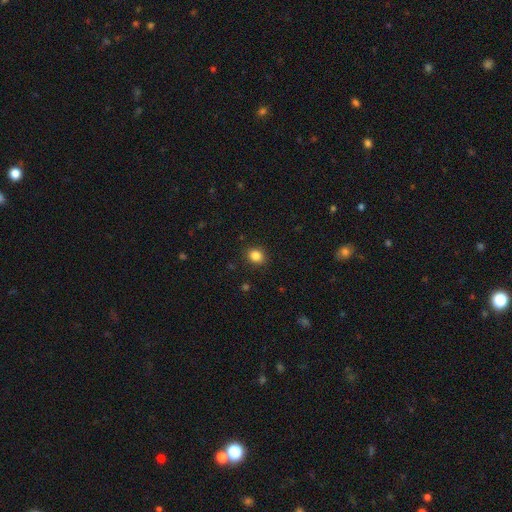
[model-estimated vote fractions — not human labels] Smooth or featured: smooth — 85% (star or artifact — 11%)
How rounded: round — 68% (in between — 32%)
Merging: none — 89% (minor disturbance — 7%)